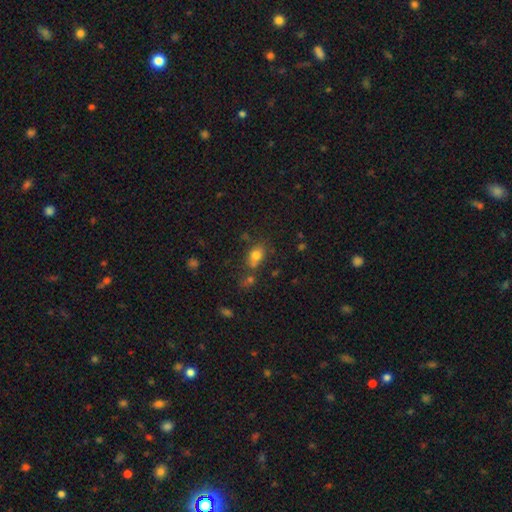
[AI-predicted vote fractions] Smooth or featured? Predicted: smooth (p=0.77). How rounded? Predicted: in between (p=0.70). Merging? Predicted: none (p=0.50).